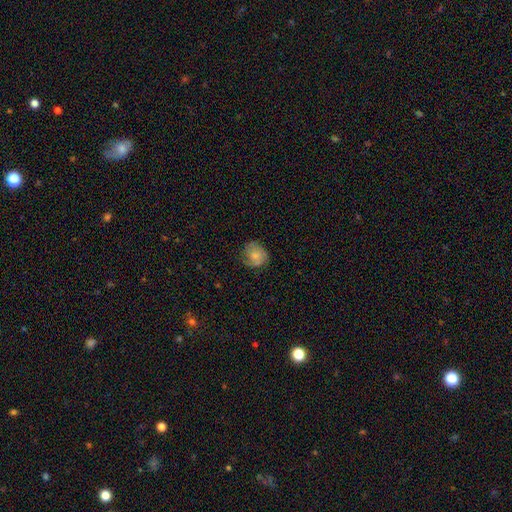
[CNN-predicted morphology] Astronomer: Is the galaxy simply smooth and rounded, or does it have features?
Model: smooth — 70%.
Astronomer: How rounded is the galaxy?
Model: round — 79%.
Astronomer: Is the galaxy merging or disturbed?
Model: none — 69%.